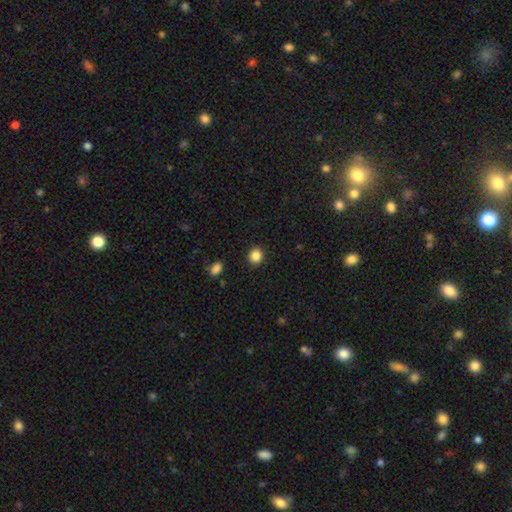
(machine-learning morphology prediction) type=smooth (86%); roundness=round (85%); merging=none (92%).